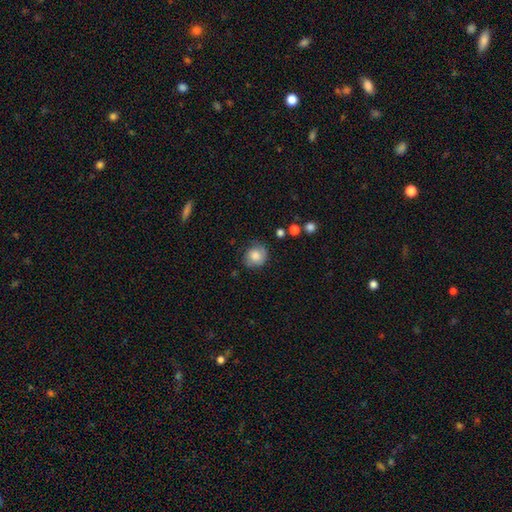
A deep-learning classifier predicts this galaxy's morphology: A smooth galaxy with no disk features (78%) that is round (78%).

Vote fractions:
- Smooth or featured? smooth: 78% / featured or disk: 14% / star or artifact: 9%
- How rounded? round: 78% / in between: 21% / cigar-shaped: 1%
- Merging? none: 71% / minor disturbance: 21% / major disturbance: 6% / merger: 2%